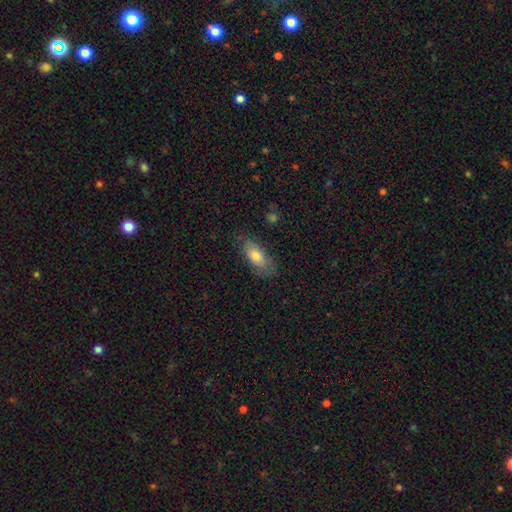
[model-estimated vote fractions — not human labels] Smooth or featured? Predicted: smooth (p=0.70). How rounded? Predicted: in between (p=0.85). Merging? Predicted: none (p=0.71).